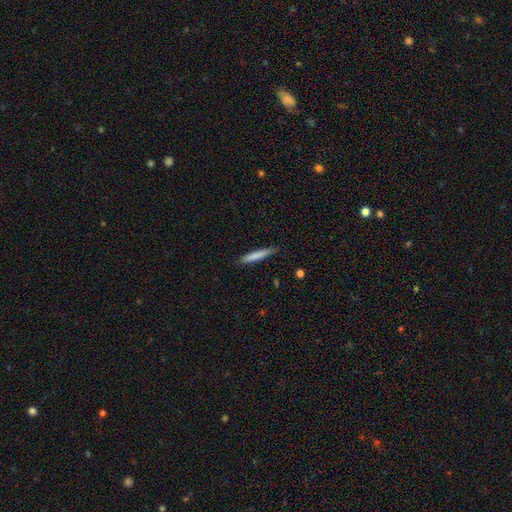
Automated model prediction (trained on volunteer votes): Smooth or featured? smooth (77%)
How rounded? cigar-shaped (94%)
Merging? none (85%)